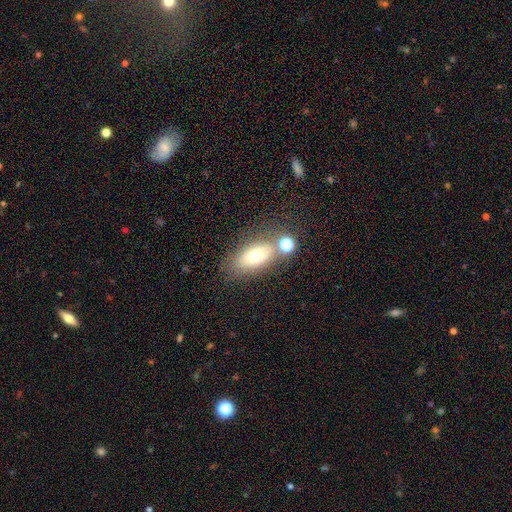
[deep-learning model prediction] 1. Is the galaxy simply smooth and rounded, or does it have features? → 67% smooth, 22% featured or disk, 11% star or artifact.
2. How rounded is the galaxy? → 82% in between, 10% round, 8% cigar-shaped.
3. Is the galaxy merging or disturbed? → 64% none, 16% merger, 14% minor disturbance, 6% major disturbance.